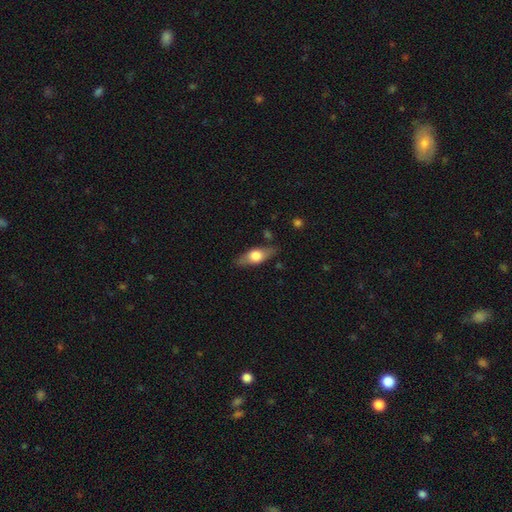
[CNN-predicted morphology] type=smooth (51%); roundness=in between (69%); merging=none (79%).